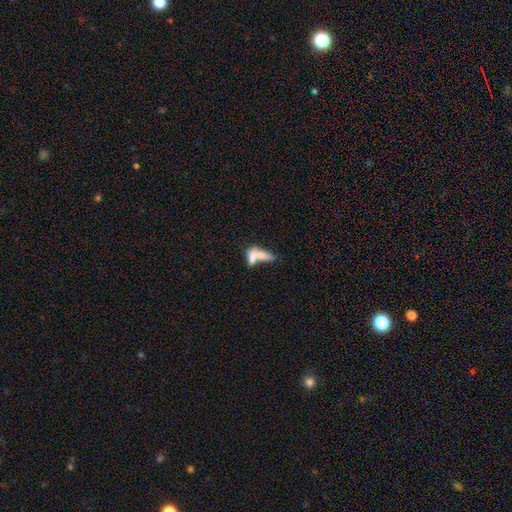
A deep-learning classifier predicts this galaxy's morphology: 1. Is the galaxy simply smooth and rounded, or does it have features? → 68% smooth, 24% featured or disk, 8% star or artifact.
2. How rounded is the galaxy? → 73% in between, 21% cigar-shaped, 6% round.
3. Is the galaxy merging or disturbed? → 68% merger, 18% none, 7% minor disturbance, 6% major disturbance.